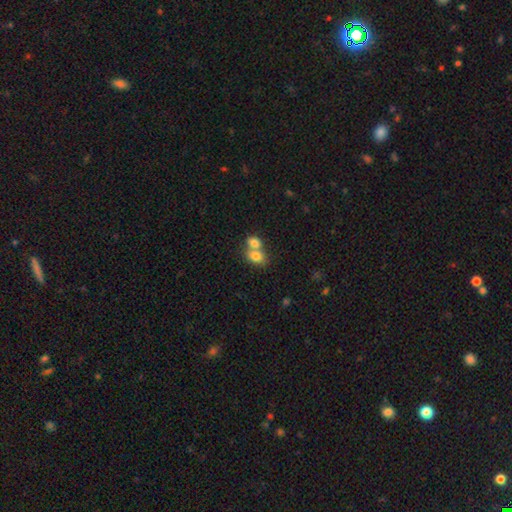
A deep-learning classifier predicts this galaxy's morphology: smooth-or-featured: smooth: 79% | featured or disk: 12% | star or artifact: 9%
  how-rounded: in between: 68% | round: 31% | cigar-shaped: 1%
  merging: merger: 66% | none: 25% | minor disturbance: 6% | major disturbance: 3%